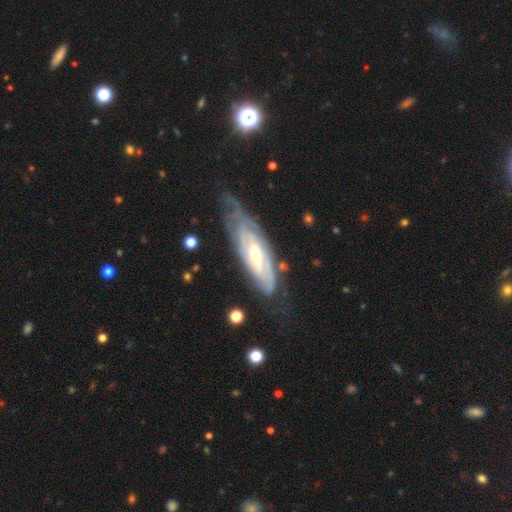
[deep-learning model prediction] The model was most divided on "bar": no: 44%, weak: 39%, strong: 18%. More confident: spiral arms — yes (91%); smooth or featured — featured or disk (83%); edge-on disk — no (82%); spiral winding — tight (72%); merging — none (57%); bulge size — moderate (53%); spiral arm count — can't tell (52%).